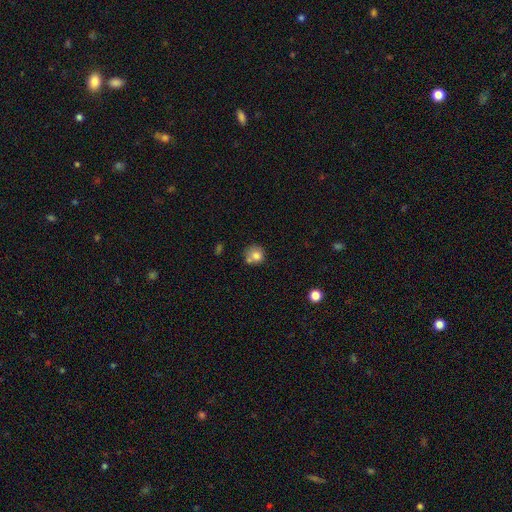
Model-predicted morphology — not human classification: smooth_or_featured: smooth (p=0.77) [alt: featured or disk p=0.13]
how_rounded: round (p=0.84) [alt: in between p=0.15]
merging: none (p=0.54) [alt: merger p=0.24]